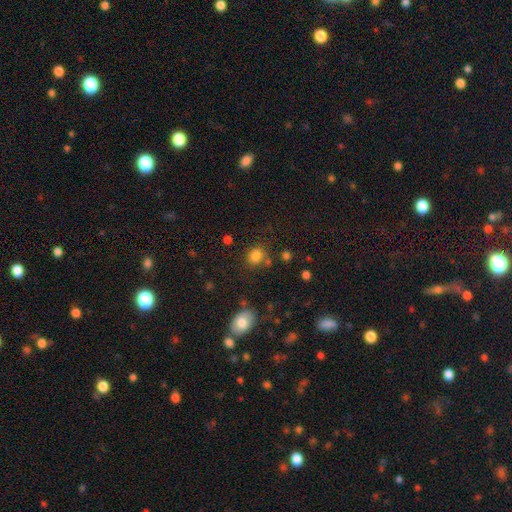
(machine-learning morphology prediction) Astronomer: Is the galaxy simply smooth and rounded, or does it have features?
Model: smooth — 81%.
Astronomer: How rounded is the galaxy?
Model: round — 65%.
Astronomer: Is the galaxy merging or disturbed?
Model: none — 71%.